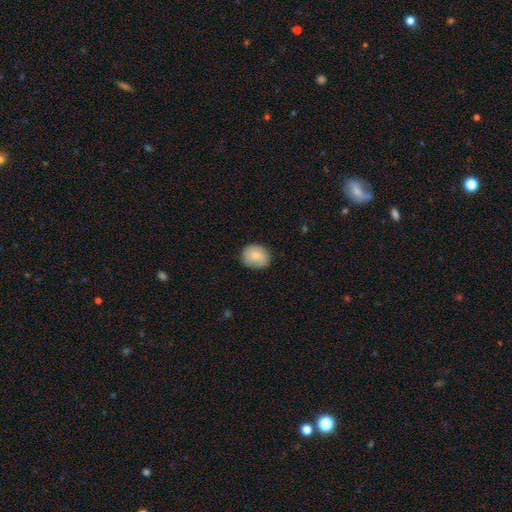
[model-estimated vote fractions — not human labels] Smooth or featured: smooth — 79% (featured or disk — 14%)
How rounded: round — 68% (in between — 31%)
Merging: none — 81% (minor disturbance — 15%)